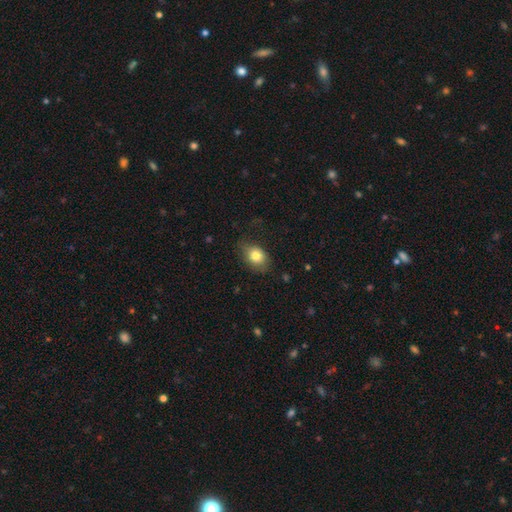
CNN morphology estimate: This appears to be a smooth galaxy with no disk features (79%) that is in between round and cigar-shaped (65%). Merging: none (66%).